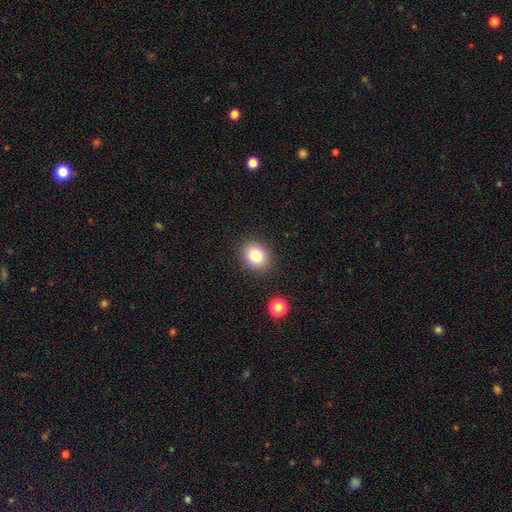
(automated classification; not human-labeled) Overall: smooth (81%). How rounded: round (60%; in between 39%). Merging: none (88%).